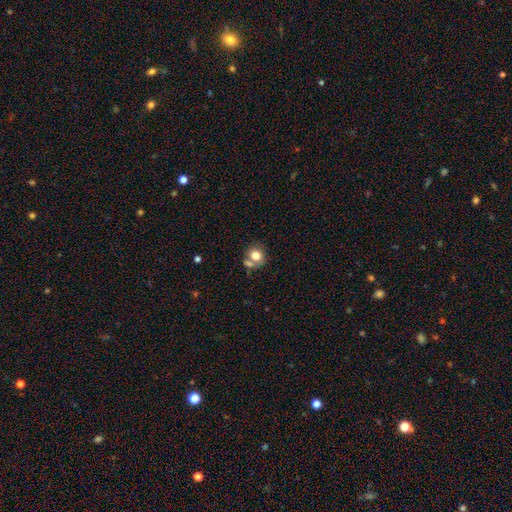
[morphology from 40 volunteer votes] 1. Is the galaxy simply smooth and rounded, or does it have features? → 78% smooth, 15% featured or disk, 8% star or artifact.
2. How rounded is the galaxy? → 68% round, 32% in between, 0% cigar-shaped.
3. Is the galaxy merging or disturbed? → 51% none, 27% merger, 11% minor disturbance, 11% major disturbance.